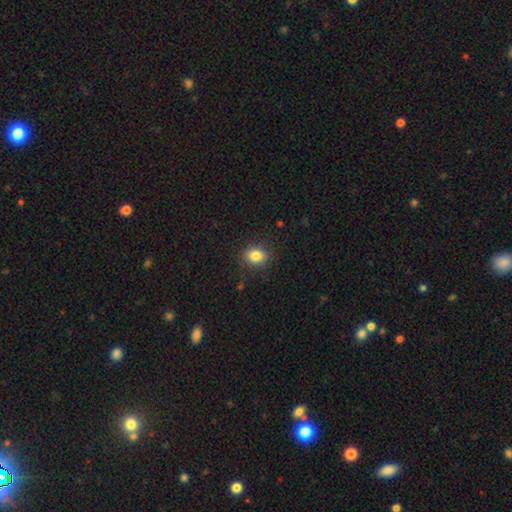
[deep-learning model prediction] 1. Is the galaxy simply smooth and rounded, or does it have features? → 84% smooth, 10% star or artifact, 6% featured or disk.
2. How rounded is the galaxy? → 51% round, 48% in between, 1% cigar-shaped.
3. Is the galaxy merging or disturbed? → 86% none, 10% minor disturbance, 3% major disturbance, 1% merger.